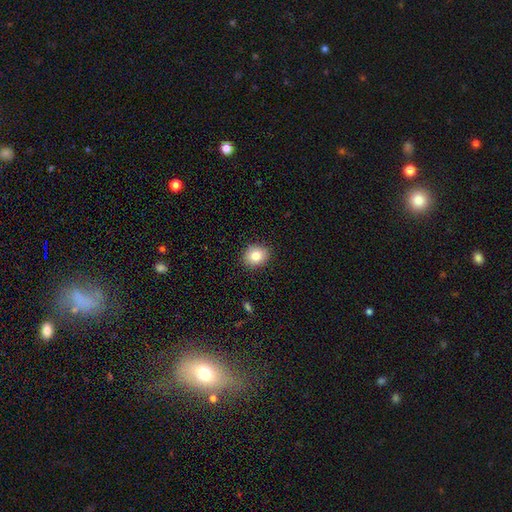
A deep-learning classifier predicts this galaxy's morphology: type=smooth (80%); roundness=round (67%); merging=none (89%).